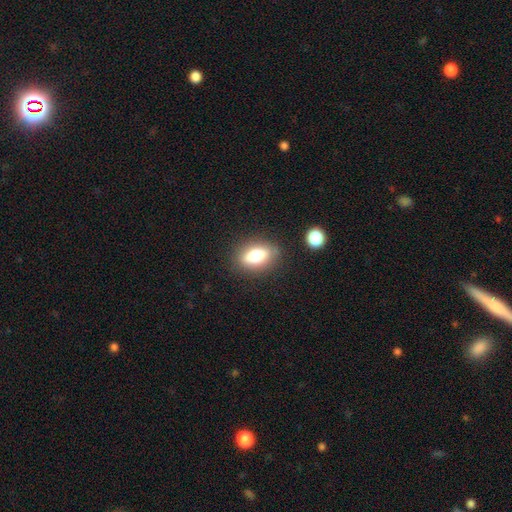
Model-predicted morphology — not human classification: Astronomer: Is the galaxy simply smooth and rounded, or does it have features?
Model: smooth — 74%.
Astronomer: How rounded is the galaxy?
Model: in between — 81%.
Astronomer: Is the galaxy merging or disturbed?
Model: none — 83%.